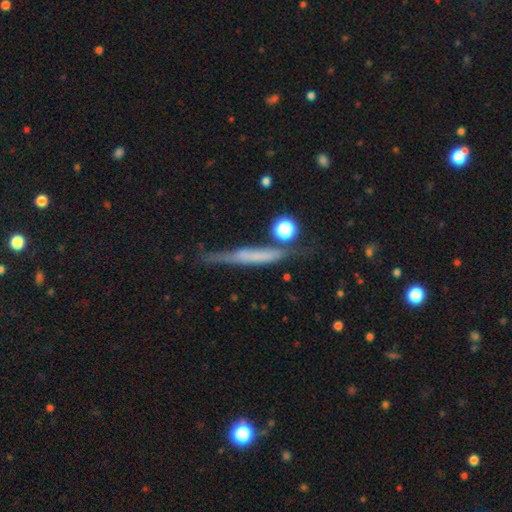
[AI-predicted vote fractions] This is possibly a featured or disk galaxy (48%). Merging: likely none (62%).